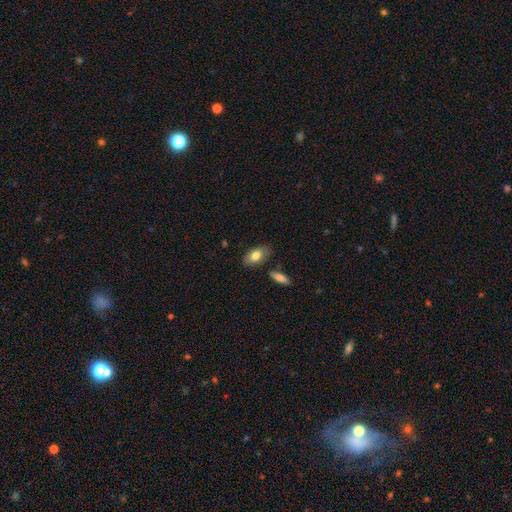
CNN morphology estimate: Smooth or featured? Predicted: smooth (p=0.79). How rounded? Predicted: in between (p=0.91). Merging? Predicted: none (p=0.77).